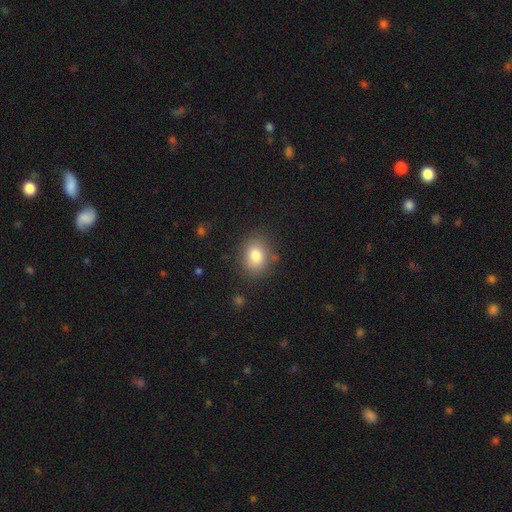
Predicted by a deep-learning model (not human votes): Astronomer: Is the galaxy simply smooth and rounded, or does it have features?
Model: smooth — 81%.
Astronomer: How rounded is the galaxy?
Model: in between — 55% (runner-up: round, 44%).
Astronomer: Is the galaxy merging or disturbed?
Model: none — 80%.